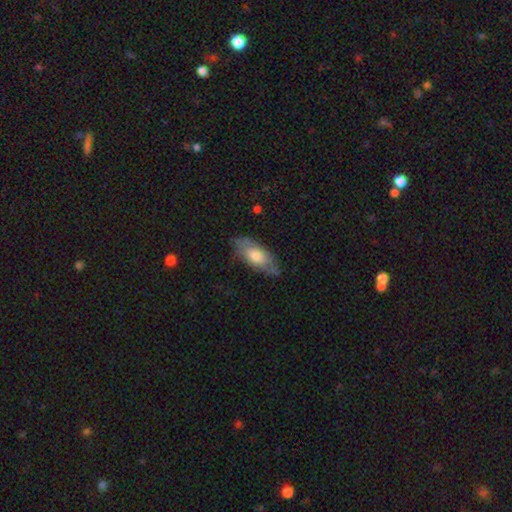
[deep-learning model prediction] smooth_or_featured: smooth (p=0.63) [alt: featured or disk p=0.31]
how_rounded: in between (p=0.82) [alt: cigar-shaped p=0.16]
merging: none (p=0.68) [alt: minor disturbance p=0.24]